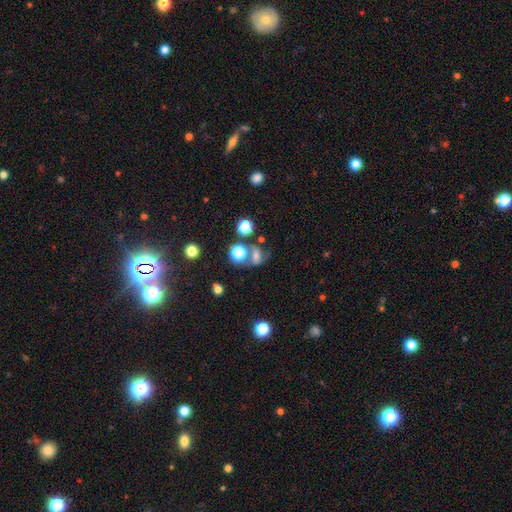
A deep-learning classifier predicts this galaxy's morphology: Smooth or featured? Predicted: smooth (p=0.44). Merging? Predicted: none (p=0.46).